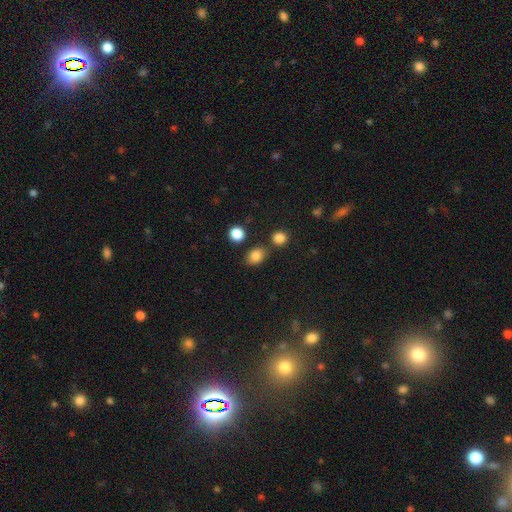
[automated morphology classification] smooth_or_featured: smooth (p=0.83) [alt: star or artifact p=0.11]
how_rounded: in between (p=0.65) [alt: round p=0.34]
merging: none (p=0.75) [alt: minor disturbance p=0.12]